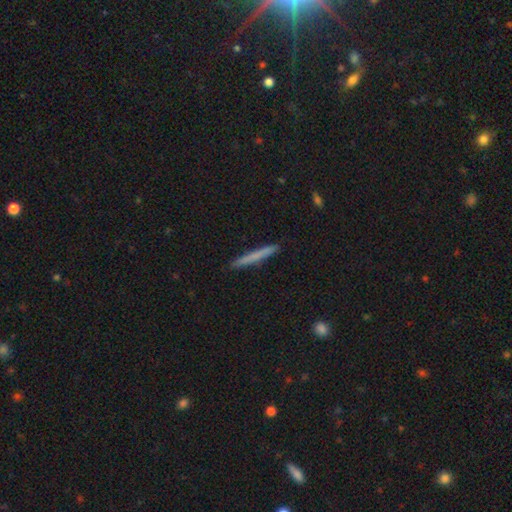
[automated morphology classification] smooth_or_featured: smooth (p=0.68) [alt: featured or disk p=0.26]
how_rounded: cigar-shaped (p=0.97) [alt: in between p=0.02]
merging: none (p=0.92) [alt: minor disturbance p=0.06]